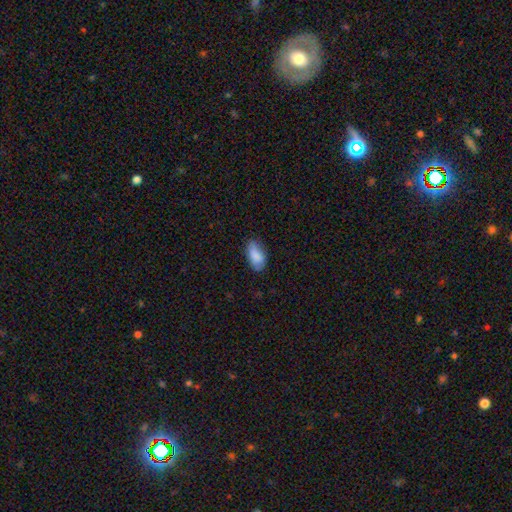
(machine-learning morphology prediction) smooth 85%, featured or disk 8%, star or artifact 7%. Down the decision tree: how rounded — in between (92%); merging — none (72%).